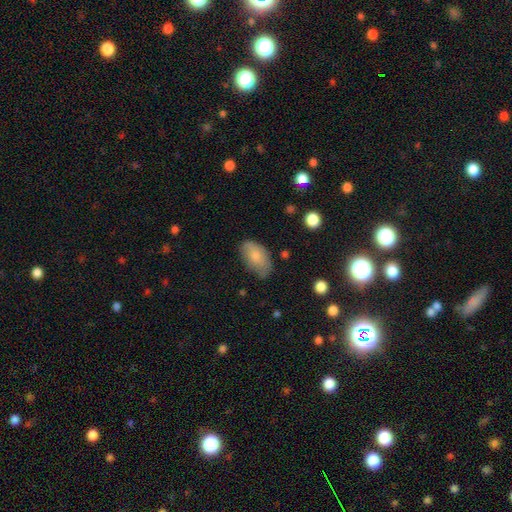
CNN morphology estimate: A smooth galaxy with no disk features (76%) that is in between round and cigar-shaped (94%). Merging: none (64%).